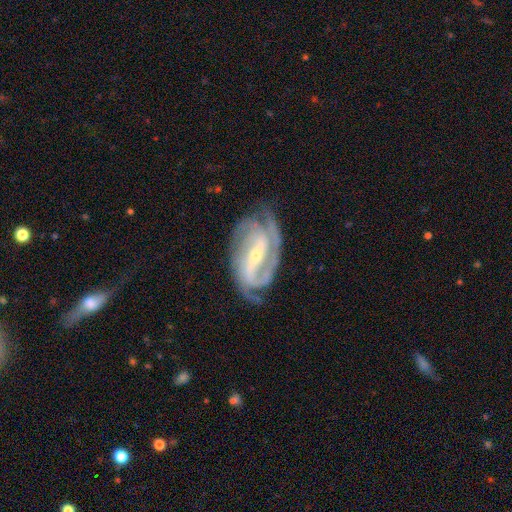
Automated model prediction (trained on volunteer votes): This is clearly a featured or disk galaxy (91%). It is clearly not viewed edge-on (96%). Bar: likely strong (63%). Spiral arm pattern: clearly yes (98%). Spiral arm count: possibly 2 (50%). Spiral winding: possibly tight (48%). Central bulge: likely small (62%). Merging: likely none (69%).